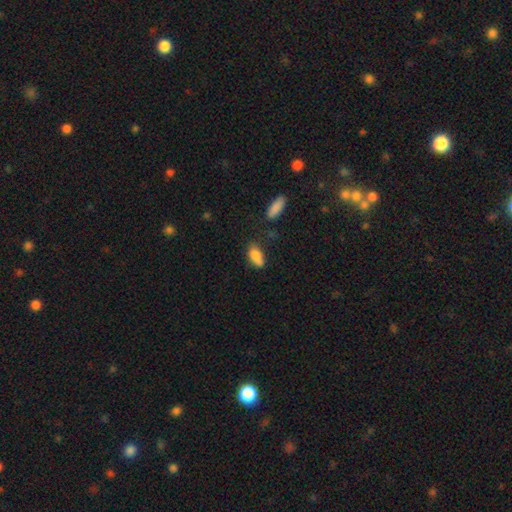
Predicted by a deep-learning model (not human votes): smooth 82%, featured or disk 10%, star or artifact 8%. Down the decision tree: how rounded — in between (84%); merging — none (49%).